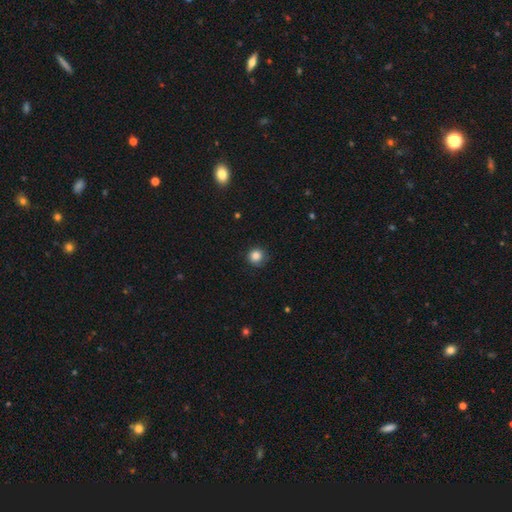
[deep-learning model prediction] Overall: smooth (85%). How rounded: round (93%). Merging: none (84%).